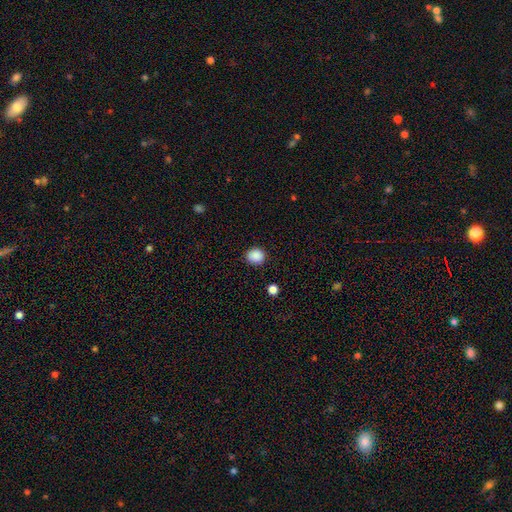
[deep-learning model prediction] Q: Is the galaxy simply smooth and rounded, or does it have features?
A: smooth — 88%.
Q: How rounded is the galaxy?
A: round — 75%.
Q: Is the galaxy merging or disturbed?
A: none — 87%.